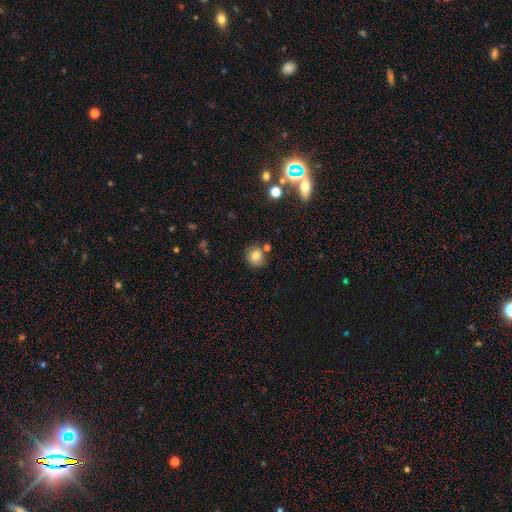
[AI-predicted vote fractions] This appears to be a smooth galaxy with no disk features (79%) that is round (85%). Merging: none (74%).